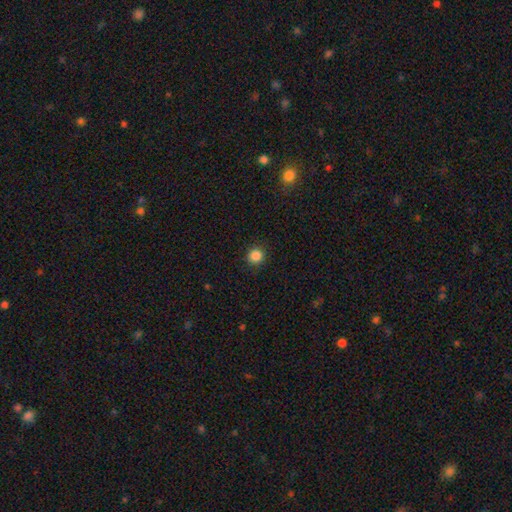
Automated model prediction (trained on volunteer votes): smooth 86%, star or artifact 11%, featured or disk 3%. Down the decision tree: how rounded — round (92%); merging — none (91%).